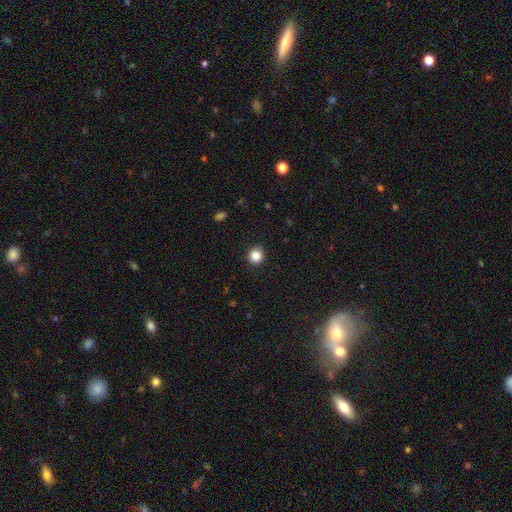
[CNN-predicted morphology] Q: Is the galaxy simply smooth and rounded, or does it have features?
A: smooth — 85%.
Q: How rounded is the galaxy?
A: round — 91%.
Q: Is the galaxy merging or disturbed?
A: none — 91%.